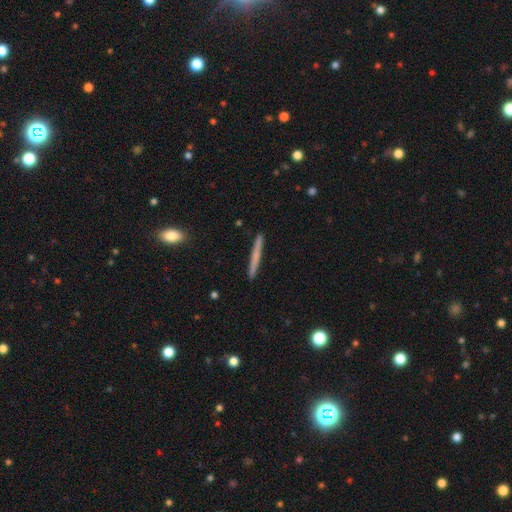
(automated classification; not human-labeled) This appears to be a smooth galaxy with no disk features (59%) that is cigar-shaped (97%). Merging: none (92%).